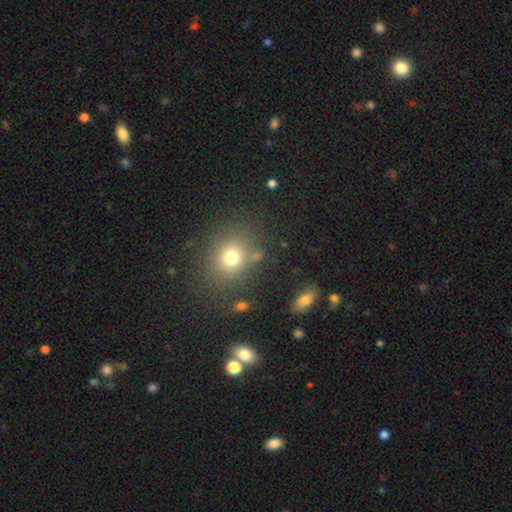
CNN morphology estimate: Smooth or featured? smooth (71%)
How rounded? round (70%)
Merging? none (79%)